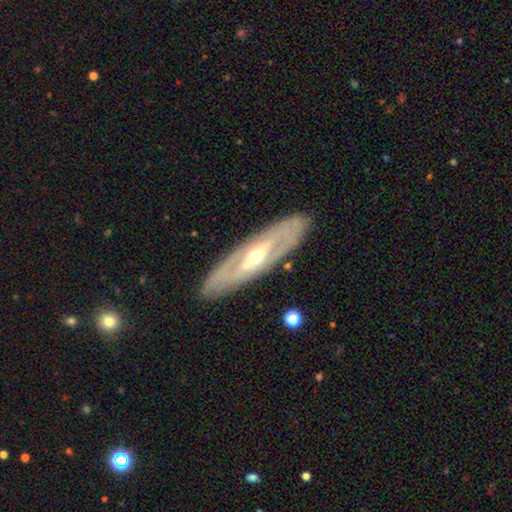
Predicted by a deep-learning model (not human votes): Morphology: type=featured or disk (79%); edge-on=no (71%); bar=no (43%); spiral arms=yes (51%); bulge=moderate (64%); merging=none (86%).